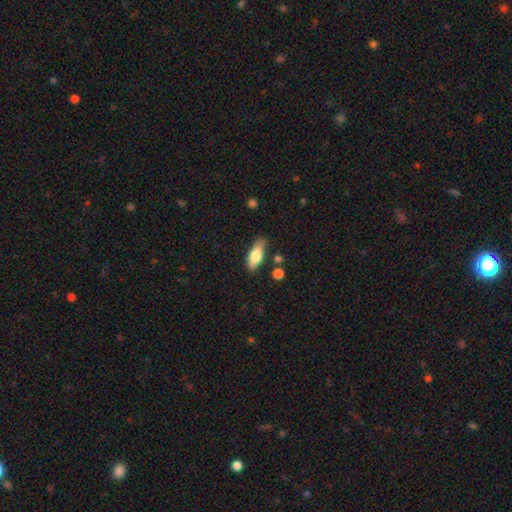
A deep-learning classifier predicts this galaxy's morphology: Smooth or featured?
  - smooth: 73% *
  - featured or disk: 20%
  - star or artifact: 6%
How rounded?
  - in between: 76% *
  - cigar-shaped: 21%
  - round: 3%
Merging?
  - none: 73% *
  - minor disturbance: 19%
  - merger: 4%
  - major disturbance: 4%